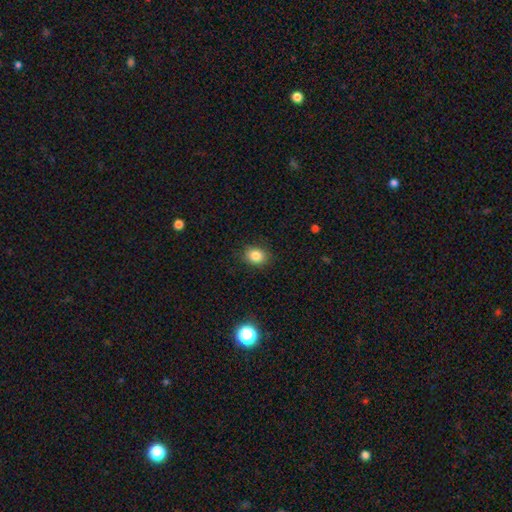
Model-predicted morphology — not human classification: Q: Smooth or featured?
A: smooth (83%); runner-up: star or artifact (11%)
Q: How rounded?
A: in between (50%); runner-up: round (49%)
Q: Merging?
A: none (87%); runner-up: minor disturbance (9%)